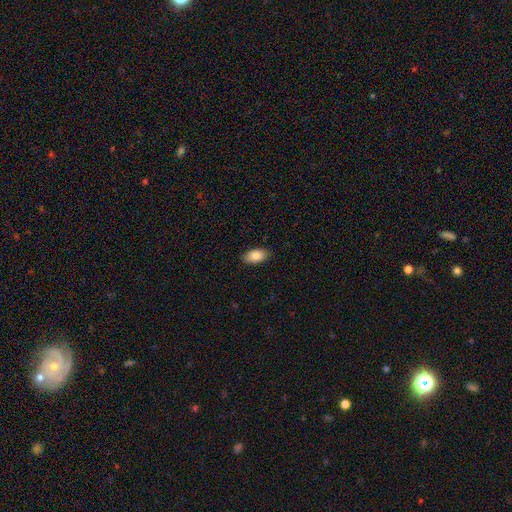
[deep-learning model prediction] This appears to be a smooth galaxy with no disk features (88%) that is in between round and cigar-shaped (94%). Merging: none (89%).